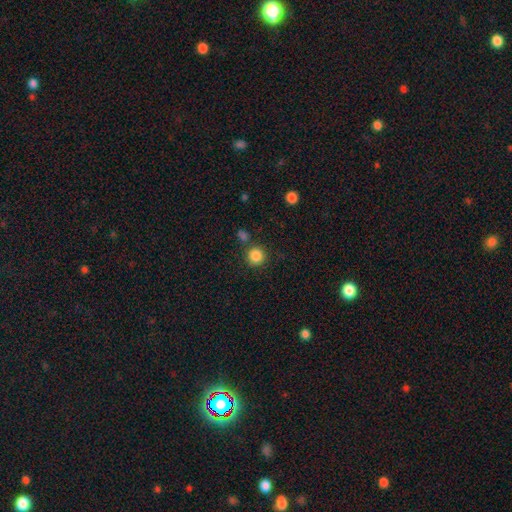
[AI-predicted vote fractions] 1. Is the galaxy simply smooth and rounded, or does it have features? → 86% smooth, 10% star or artifact, 4% featured or disk.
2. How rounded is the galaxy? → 93% round, 6% in between, 1% cigar-shaped.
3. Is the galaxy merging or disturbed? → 82% none, 8% minor disturbance, 7% merger, 3% major disturbance.